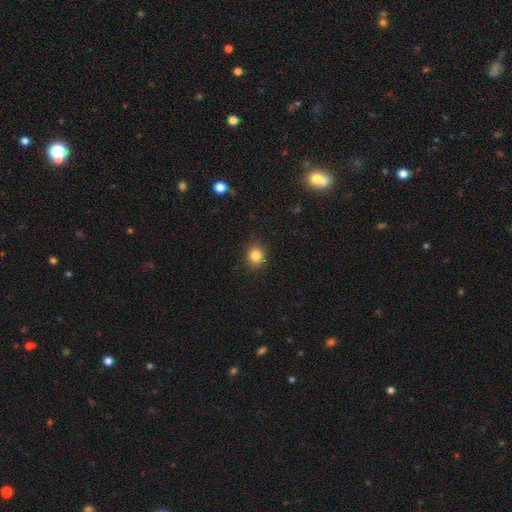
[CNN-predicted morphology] A smooth galaxy with no disk features (84%) that is round (77%).

Vote fractions:
- Smooth or featured? smooth: 84% / star or artifact: 11% / featured or disk: 5%
- How rounded? round: 77% / in between: 22% / cigar-shaped: 1%
- Merging? none: 90% / minor disturbance: 7% / major disturbance: 2% / merger: 1%